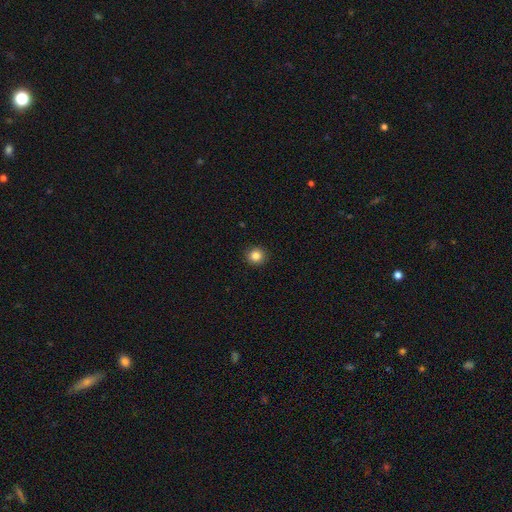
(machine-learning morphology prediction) Smooth or featured?
  - smooth: 84% *
  - star or artifact: 11%
  - featured or disk: 5%
How rounded?
  - round: 92% *
  - in between: 7%
  - cigar-shaped: 1%
Merging?
  - none: 93% *
  - minor disturbance: 5%
  - major disturbance: 2%
  - merger: 1%